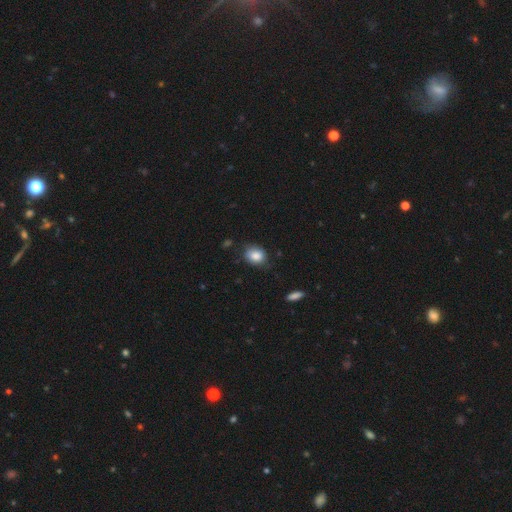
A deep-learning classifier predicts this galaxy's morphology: This appears to be a smooth galaxy with no disk features (85%) that is in between round and cigar-shaped (55%). Merging: none (71%).